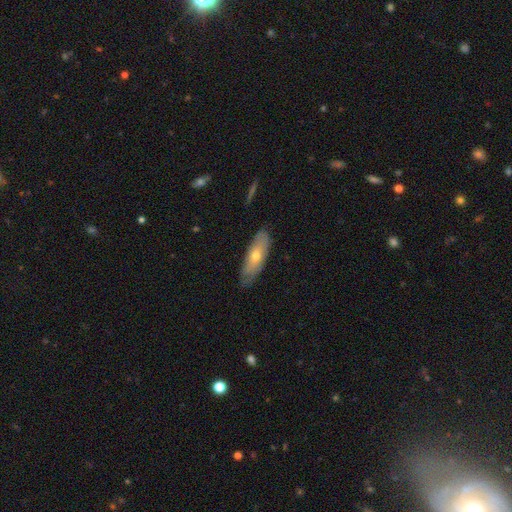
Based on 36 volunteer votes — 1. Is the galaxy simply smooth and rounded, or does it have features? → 56% smooth, 42% featured or disk, 3% star or artifact.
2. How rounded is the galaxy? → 65% in between, 35% cigar-shaped, 0% round.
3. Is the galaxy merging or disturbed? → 71% none, 26% minor disturbance, 3% major disturbance, 0% merger.